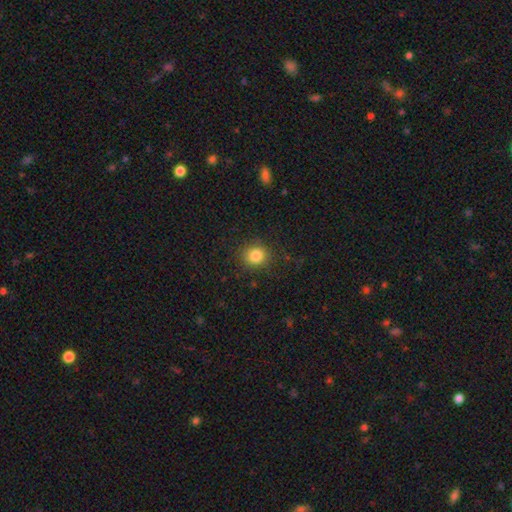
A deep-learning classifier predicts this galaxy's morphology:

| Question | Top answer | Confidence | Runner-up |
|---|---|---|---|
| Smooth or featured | smooth | 84% | star or artifact (11%) |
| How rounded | round | 83% | in between (16%) |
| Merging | none | 88% | minor disturbance (8%) |